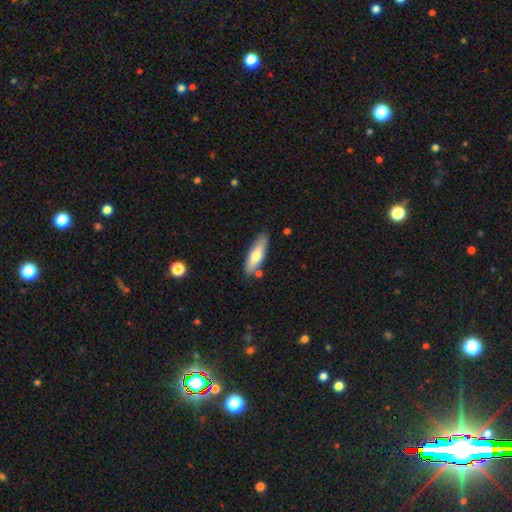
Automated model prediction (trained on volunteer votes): smooth 65%, featured or disk 30%, star or artifact 6%. Down the decision tree: how rounded — cigar-shaped (55%); merging — none (82%).